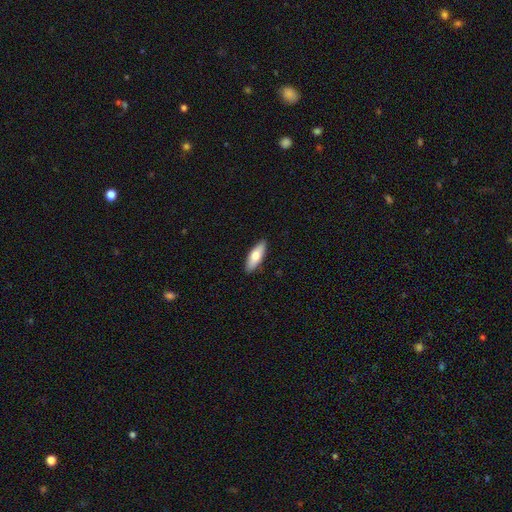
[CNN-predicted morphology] smooth 72%, featured or disk 22%, star or artifact 6%. Down the decision tree: how rounded — in between (63%); merging — none (90%).